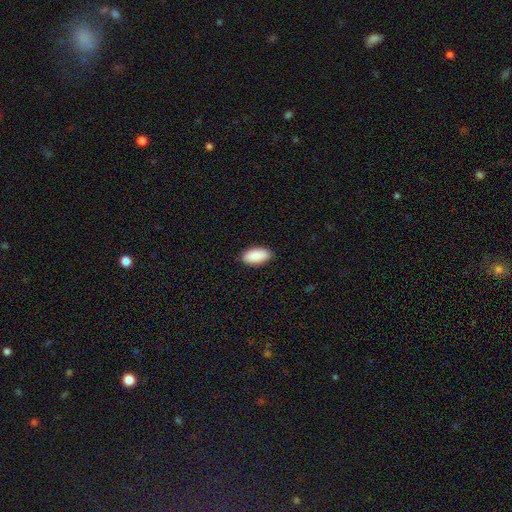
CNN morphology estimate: smooth-or-featured: smooth: 91% | star or artifact: 6% | featured or disk: 3%
  how-rounded: in between: 93% | cigar-shaped: 5% | round: 2%
  merging: none: 89% | minor disturbance: 9% | major disturbance: 2% | merger: 1%